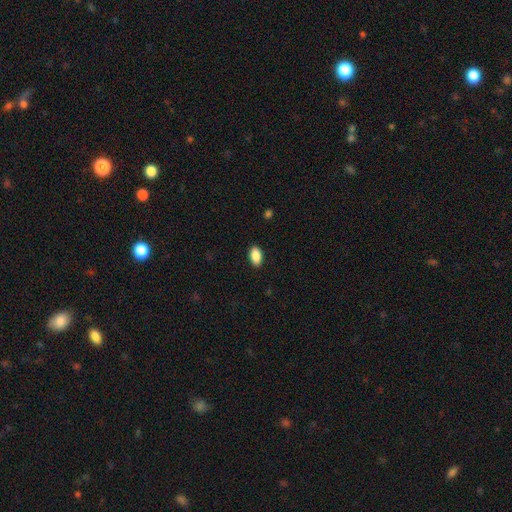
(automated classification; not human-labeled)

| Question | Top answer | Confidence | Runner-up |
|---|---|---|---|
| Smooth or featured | smooth | 89% | star or artifact (7%) |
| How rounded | in between | 93% | round (4%) |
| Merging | none | 89% | minor disturbance (8%) |